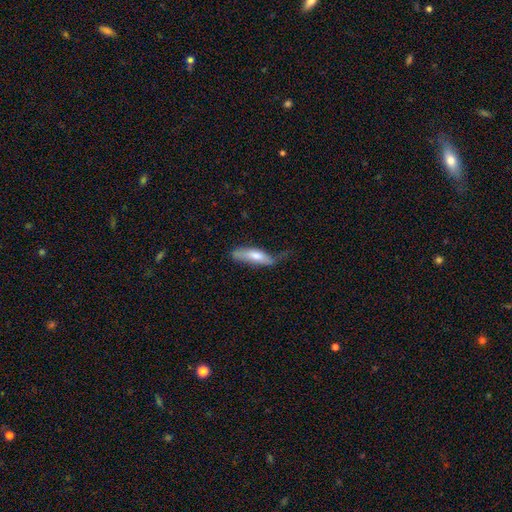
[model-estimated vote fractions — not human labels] Q: Smooth or featured?
A: smooth (64%); runner-up: featured or disk (31%)
Q: How rounded?
A: cigar-shaped (57%); runner-up: in between (41%)
Q: Merging?
A: none (41%); runner-up: minor disturbance (36%)